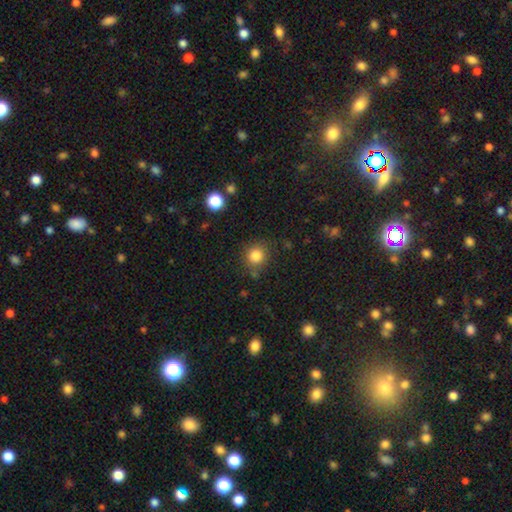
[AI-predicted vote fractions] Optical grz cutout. It shows a smooth galaxy with no disk features (84%) that is round (87%). Merging: none (82%).